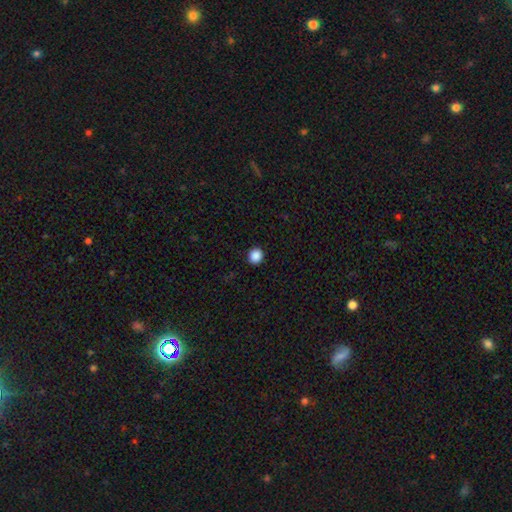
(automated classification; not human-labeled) Q: Smooth or featured?
A: smooth (88%); runner-up: star or artifact (10%)
Q: How rounded?
A: round (90%); runner-up: in between (9%)
Q: Merging?
A: none (93%); runner-up: minor disturbance (5%)